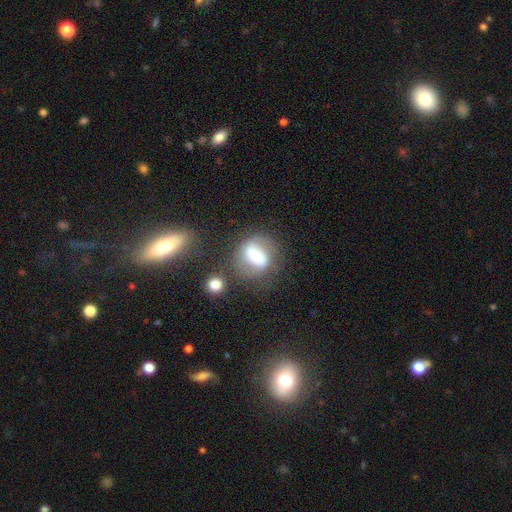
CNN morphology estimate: Smooth or featured?
  - featured or disk: 52% *
  - smooth: 39%
  - star or artifact: 9%
Edge-on disk?
  - no: 95% *
  - yes: 5%
Merging?
  - none: 56% *
  - minor disturbance: 20%
  - major disturbance: 15%
  - merger: 10%